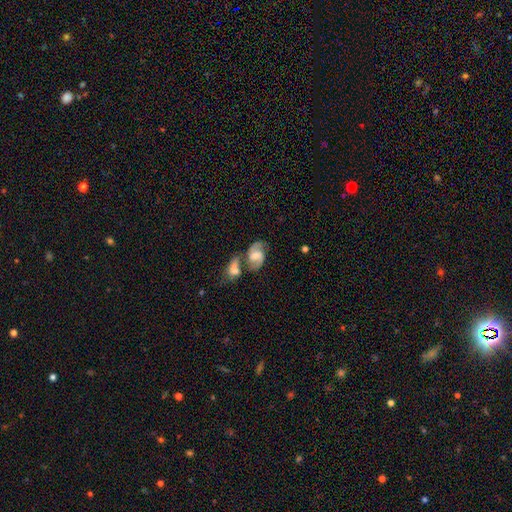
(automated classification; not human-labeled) smooth_or_featured: featured or disk (p=0.77) [alt: smooth p=0.17]
disk_edge_on: no (p=0.97) [alt: yes p=0.03]
bar: weak (p=0.46) [alt: no p=0.42]
has_spiral_arms: yes (p=0.94) [alt: no p=0.06]
spiral_winding: medium (p=0.56) [alt: loose p=0.24]
spiral_arm_count: 2 (p=0.91) [alt: can't tell p=0.04]
bulge_size: moderate (p=0.60) [alt: small p=0.28]
merging: none (p=0.41) [alt: merger p=0.40]